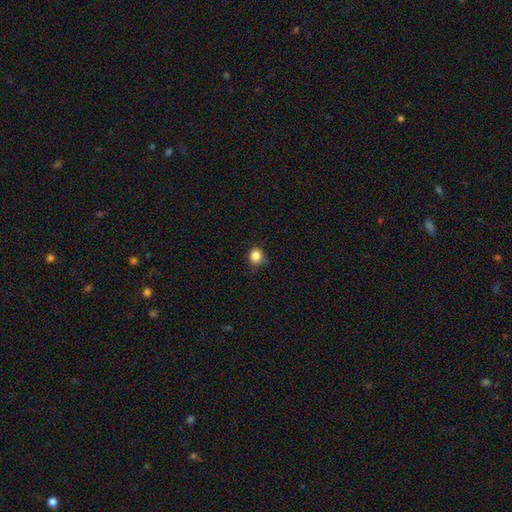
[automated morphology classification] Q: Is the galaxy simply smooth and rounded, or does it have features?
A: smooth — 84%.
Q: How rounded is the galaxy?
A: round — 81%.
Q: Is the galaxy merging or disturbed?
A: none — 70%.